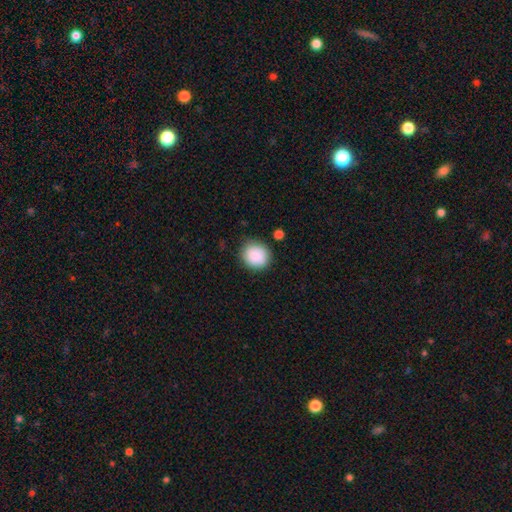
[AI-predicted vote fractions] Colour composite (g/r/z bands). It shows a smooth galaxy with no disk features (89%) that is round (79%). Merging: none (82%).